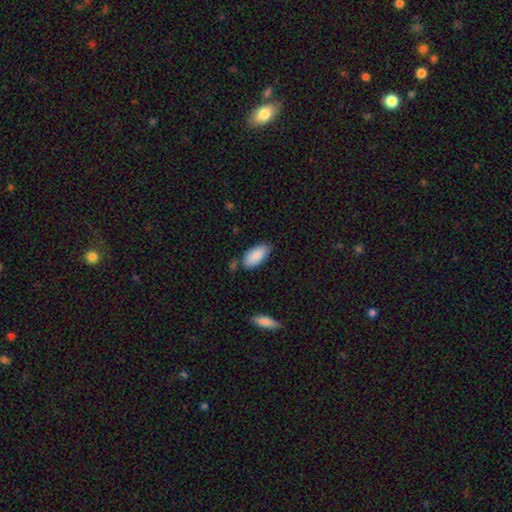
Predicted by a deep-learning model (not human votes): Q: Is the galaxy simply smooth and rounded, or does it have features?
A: smooth — 89%.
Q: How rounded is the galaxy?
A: in between — 91%.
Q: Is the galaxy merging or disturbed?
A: none — 72%.